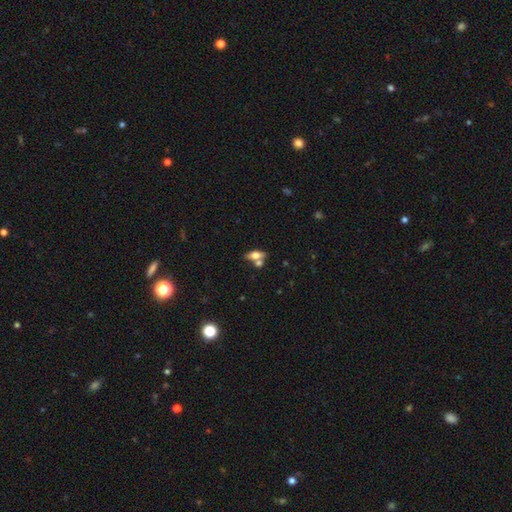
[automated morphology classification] Smooth or featured? Predicted: smooth (p=0.54). How rounded? Predicted: in between (p=0.71). Merging? Predicted: none (p=0.55).